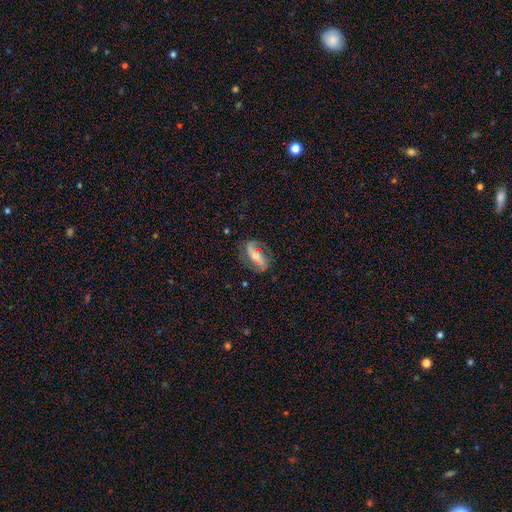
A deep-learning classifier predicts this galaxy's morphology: A featured or disk galaxy (74%) with no bar (38%), 2 (80%) loose (43%) spiral arms (90%) and a moderate central bulge (60%).

Vote fractions:
- Smooth or featured? featured or disk: 74% / smooth: 18% / star or artifact: 8%
- Edge-on disk? no: 94% / yes: 6%
- Bar? no: 38% / weak: 34% / strong: 28%
- Spiral arms? yes: 90% / no: 10%
- Spiral winding? loose: 43% / medium: 38% / tight: 19%
- Spiral arm count? 2: 80% / 1: 8% / can't tell: 7% / 3: 2% / 4: 1% / more than 4: 1%
- Bulge size? moderate: 60% / small: 32% / large: 5% / none: 2% / dominant: 1%
- Merging? none: 71% / minor disturbance: 18% / major disturbance: 10% / merger: 2%